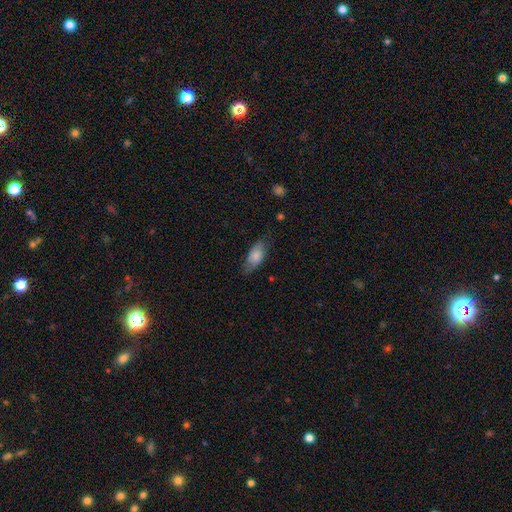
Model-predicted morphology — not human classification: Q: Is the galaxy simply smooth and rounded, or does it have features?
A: smooth — 77%.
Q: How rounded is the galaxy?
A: in between — 86%.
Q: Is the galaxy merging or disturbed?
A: none — 68%.